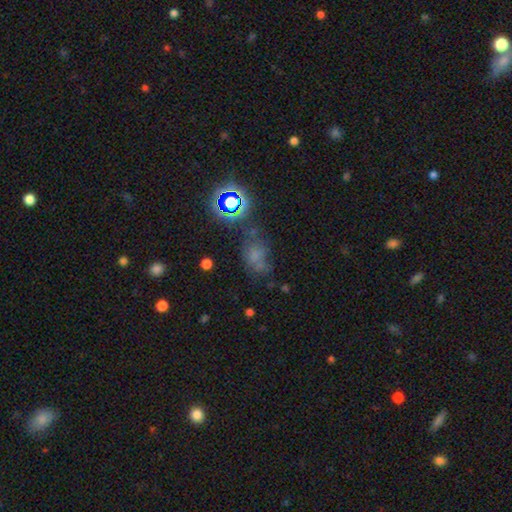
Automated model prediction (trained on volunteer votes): The model was most divided on "smooth or featured": smooth: 50%, star or artifact: 33%, featured or disk: 17%. Remaining: merging — none (44%).